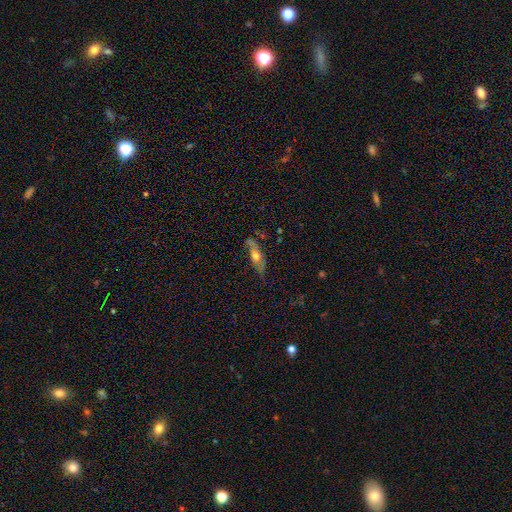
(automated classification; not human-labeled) Smooth or featured? featured or disk (49%)
Merging? none (66%)